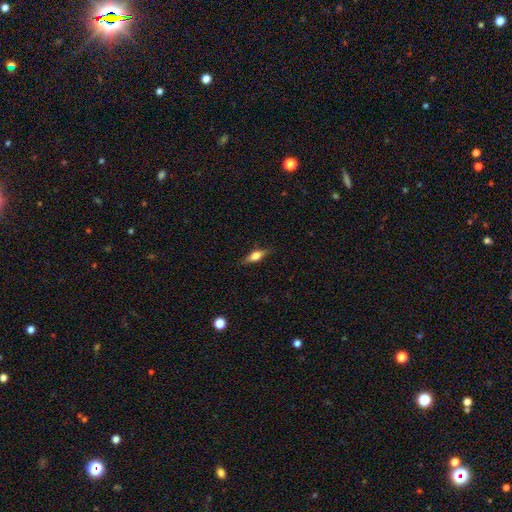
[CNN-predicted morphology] Smooth or featured: smooth — 57% (featured or disk — 35%)
How rounded: in between — 57% (cigar-shaped — 39%)
Merging: none — 82% (minor disturbance — 13%)